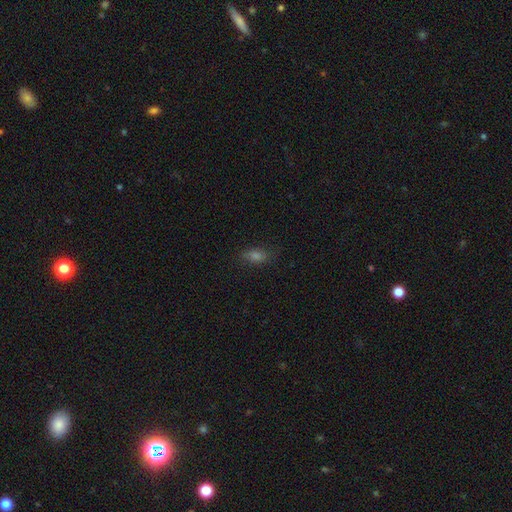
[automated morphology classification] The model was most divided on "smooth or featured": smooth: 66%, star or artifact: 22%, featured or disk: 12%. More confident: merging — none (81%); how rounded — in between (79%).